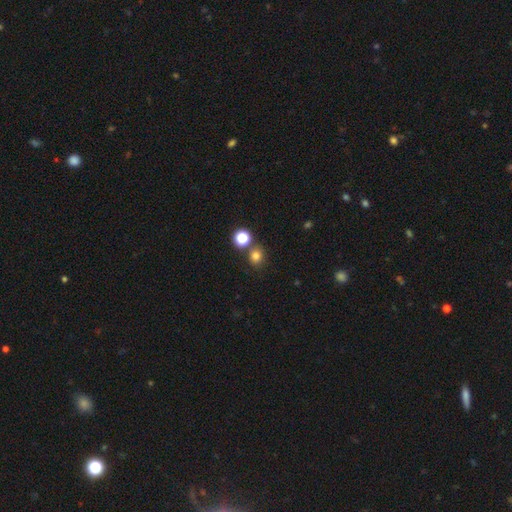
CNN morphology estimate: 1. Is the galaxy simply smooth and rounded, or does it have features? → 77% smooth, 17% star or artifact, 6% featured or disk.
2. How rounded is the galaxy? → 80% round, 19% in between, 1% cigar-shaped.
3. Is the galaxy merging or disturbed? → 73% none, 15% merger, 9% minor disturbance, 3% major disturbance.